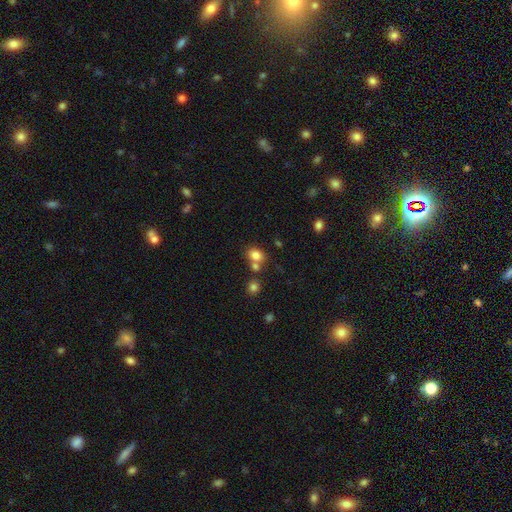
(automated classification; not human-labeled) Overall: smooth (80%). How rounded: in between (61%; round 38%). Merging: none (56%; merger 29%).